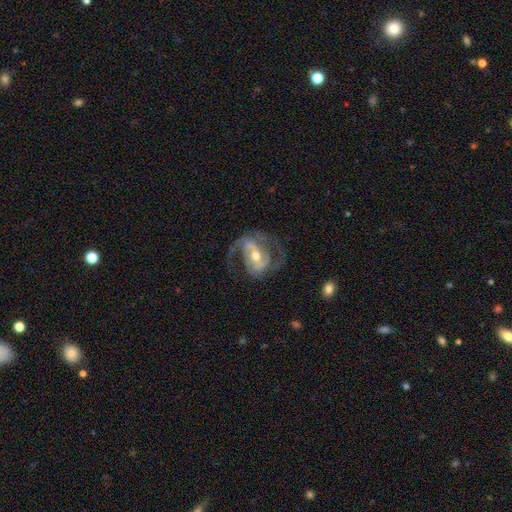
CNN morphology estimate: The model was most divided on "bar": strong: 48%, weak: 36%, no: 16%. More confident: edge-on disk — no (97%); spiral arms — yes (95%); smooth or featured — featured or disk (89%); spiral arm count — 2 (85%); merging — none (67%); bulge size — moderate (63%); spiral winding — medium (55%).